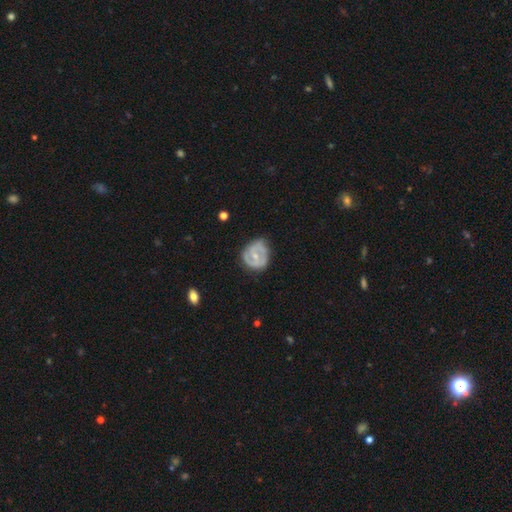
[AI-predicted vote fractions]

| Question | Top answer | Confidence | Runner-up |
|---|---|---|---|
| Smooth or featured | featured or disk | 63% | smooth (31%) |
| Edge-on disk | no | 97% | yes (3%) |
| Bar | no | 57% | weak (33%) |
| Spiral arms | yes | 66% | no (34%) |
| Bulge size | small | 54% | moderate (42%) |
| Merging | none | 56% | minor disturbance (32%) |